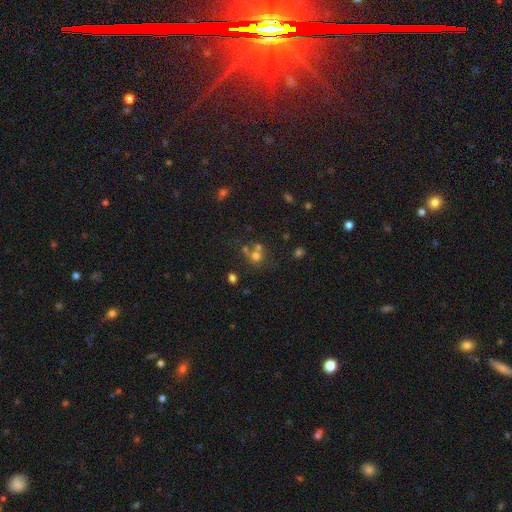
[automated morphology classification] smooth 62%, star or artifact 22%, featured or disk 16%. Down the decision tree: how rounded — round (84%); merging — none (47%).